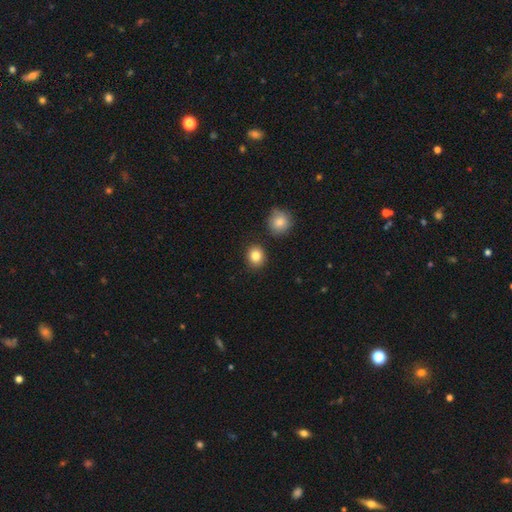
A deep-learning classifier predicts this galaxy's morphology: Smooth or featured? smooth (84%)
How rounded? round (74%)
Merging? none (86%)